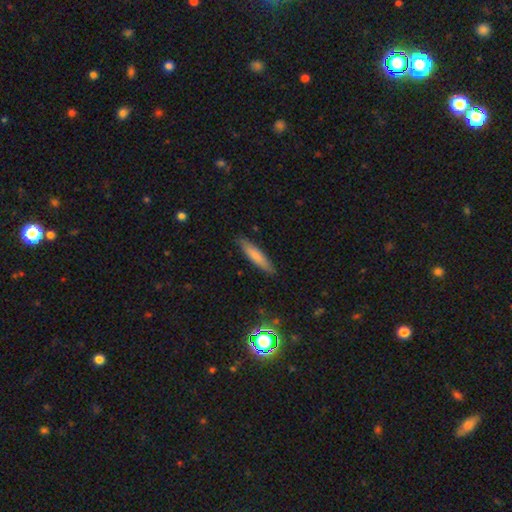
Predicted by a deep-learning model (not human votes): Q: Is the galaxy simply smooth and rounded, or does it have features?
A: smooth — 76%.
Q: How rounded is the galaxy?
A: cigar-shaped — 84%.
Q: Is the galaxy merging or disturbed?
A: none — 87%.